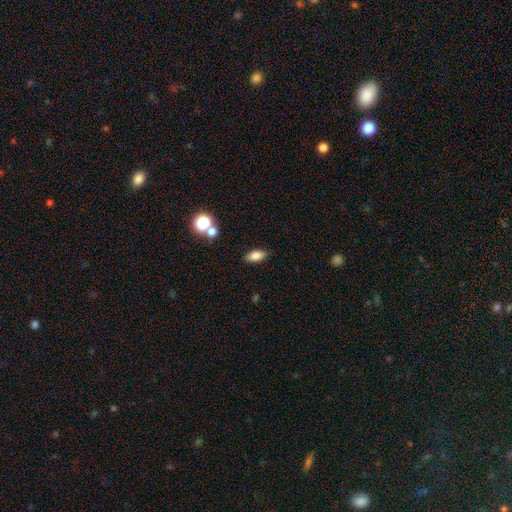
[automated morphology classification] Smooth or featured? smooth (82%)
How rounded? in between (86%)
Merging? none (84%)